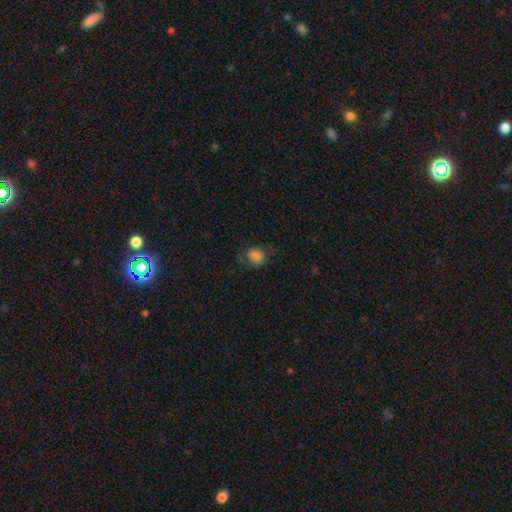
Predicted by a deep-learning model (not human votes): smooth_or_featured: smooth (p=0.82) [alt: star or artifact p=0.10]
how_rounded: round (p=0.58) [alt: in between p=0.41]
merging: none (p=0.68) [alt: minor disturbance p=0.21]